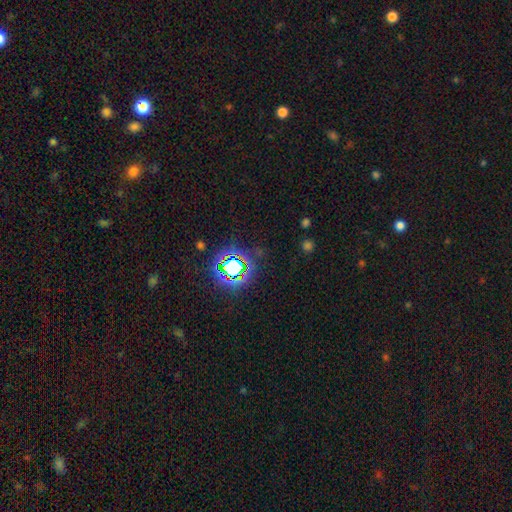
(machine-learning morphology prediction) smooth_or_featured: star or artifact (p=0.78) [alt: smooth p=0.15]